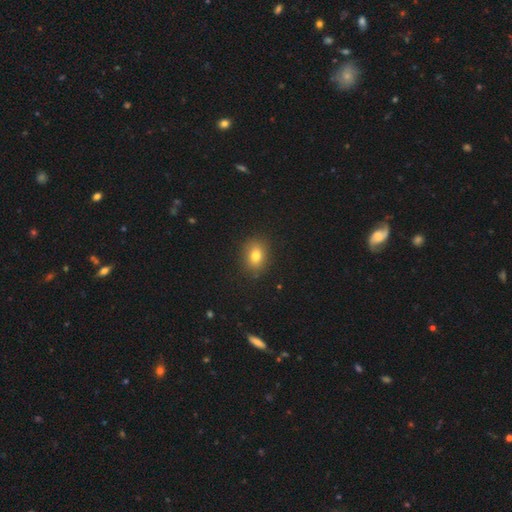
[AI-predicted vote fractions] Smooth or featured: smooth — 79% (star or artifact — 12%)
How rounded: in between — 52% (round — 47%)
Merging: none — 87% (minor disturbance — 9%)